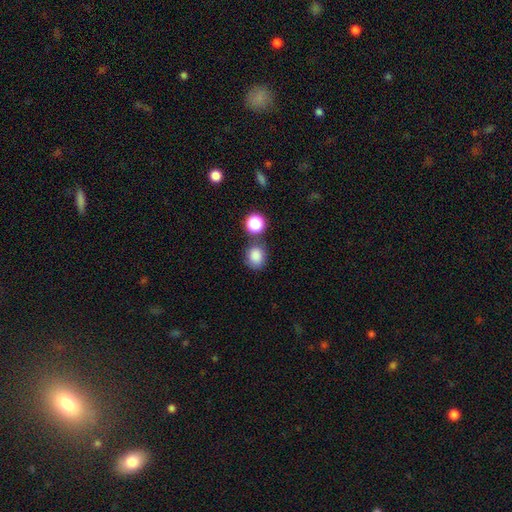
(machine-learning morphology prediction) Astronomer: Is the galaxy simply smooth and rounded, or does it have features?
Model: smooth — 84%.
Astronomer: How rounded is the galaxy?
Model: round — 69%.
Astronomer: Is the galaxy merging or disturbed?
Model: none — 67%.